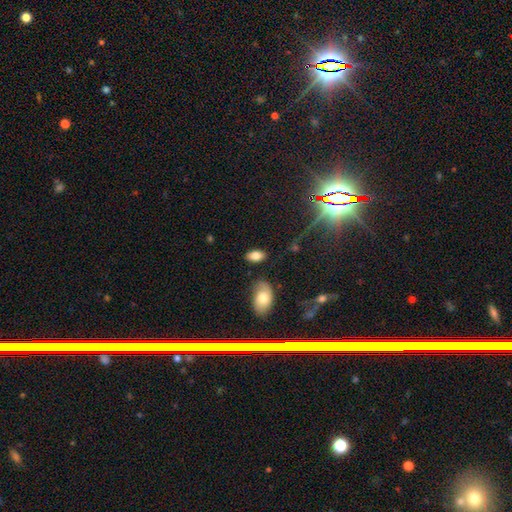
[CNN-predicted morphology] type=smooth (81%); roundness=in between (93%); merging=none (83%).